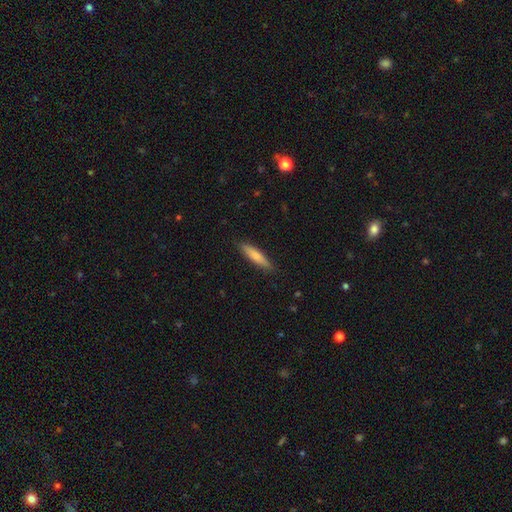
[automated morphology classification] Smooth or featured?
  - smooth: 78% *
  - featured or disk: 17%
  - star or artifact: 5%
How rounded?
  - cigar-shaped: 84% *
  - in between: 14%
  - round: 1%
Merging?
  - none: 87% *
  - minor disturbance: 10%
  - major disturbance: 2%
  - merger: 1%